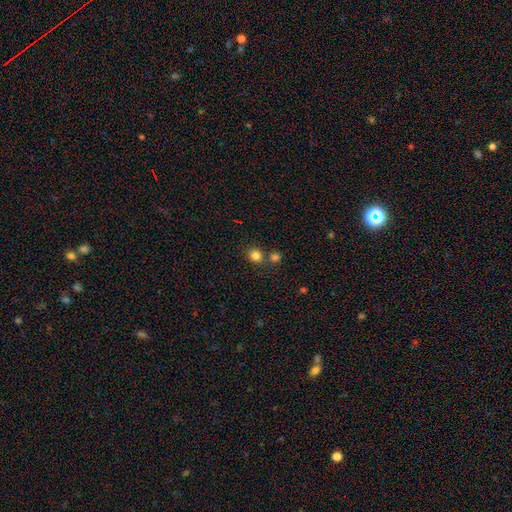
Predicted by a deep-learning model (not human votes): A smooth galaxy with no disk features (82%) that is round (87%).

Vote fractions:
- Smooth or featured? smooth: 82% / star or artifact: 13% / featured or disk: 5%
- How rounded? round: 87% / in between: 12% / cigar-shaped: 1%
- Merging? none: 69% / merger: 21% / minor disturbance: 7% / major disturbance: 3%